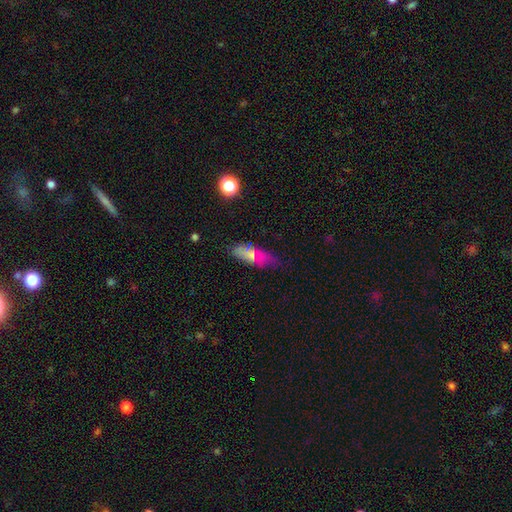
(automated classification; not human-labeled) Morphology: type=smooth (69%); roundness=in between (63%); merging=none (71%).